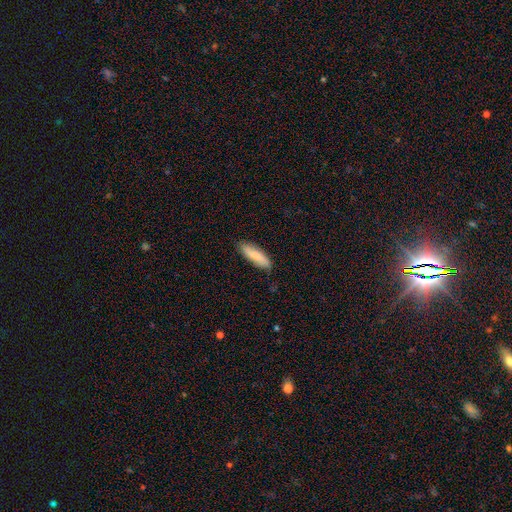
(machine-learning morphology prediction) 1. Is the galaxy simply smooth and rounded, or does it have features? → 82% smooth, 13% featured or disk, 5% star or artifact.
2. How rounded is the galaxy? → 59% cigar-shaped, 39% in between, 2% round.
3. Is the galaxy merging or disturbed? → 83% none, 14% minor disturbance, 2% major disturbance, 1% merger.